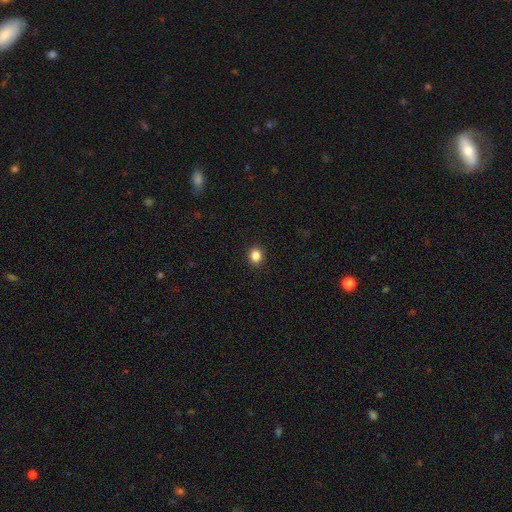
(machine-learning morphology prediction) A smooth galaxy with no disk features (85%) that is round (80%).

Vote fractions:
- Smooth or featured? smooth: 85% / star or artifact: 11% / featured or disk: 4%
- How rounded? round: 80% / in between: 19% / cigar-shaped: 1%
- Merging? none: 92% / minor disturbance: 5% / major disturbance: 2% / merger: 1%